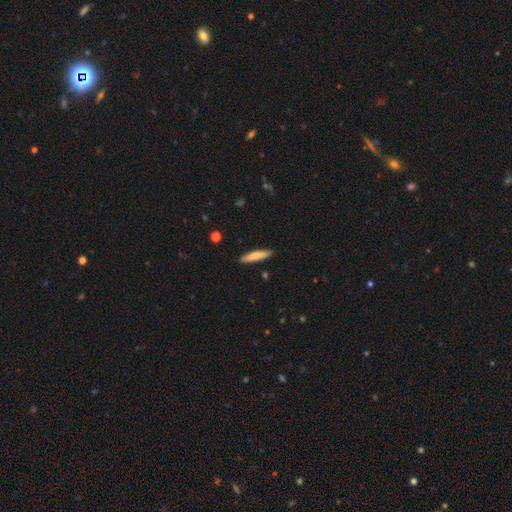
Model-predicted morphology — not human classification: A smooth galaxy with no disk features (81%) that is cigar-shaped (87%). Merging: none (89%).